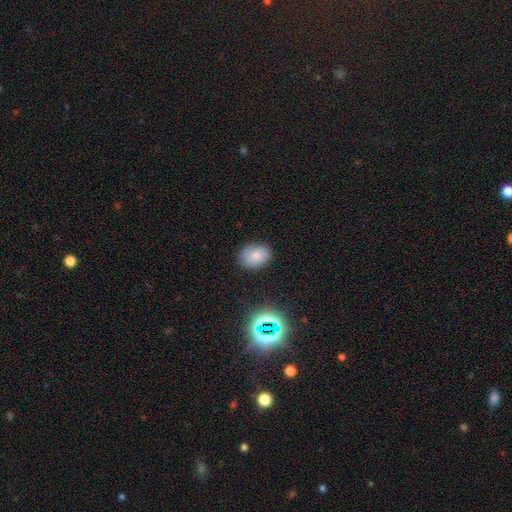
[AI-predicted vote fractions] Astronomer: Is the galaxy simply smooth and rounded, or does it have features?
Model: smooth — 77%.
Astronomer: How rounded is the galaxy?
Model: in between — 68%.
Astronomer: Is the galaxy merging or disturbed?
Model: none — 80%.